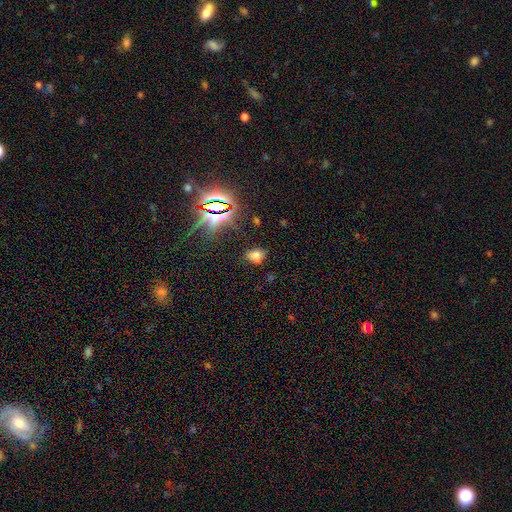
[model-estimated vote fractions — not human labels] Smooth or featured? smooth (64%)
How rounded? in between (77%)
Merging? none (69%)